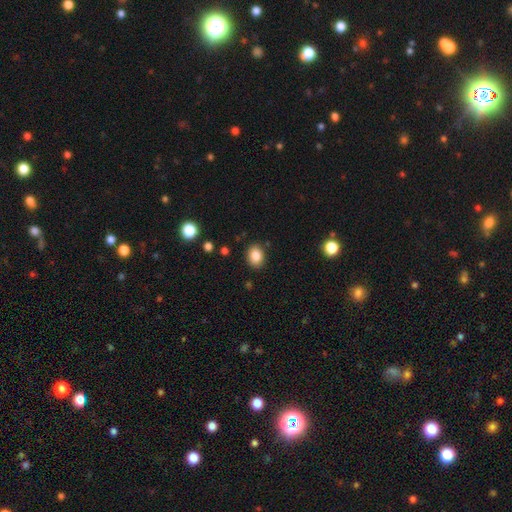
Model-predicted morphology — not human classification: Overall: smooth (84%). How rounded: in between (57%; round 42%). Merging: none (88%).